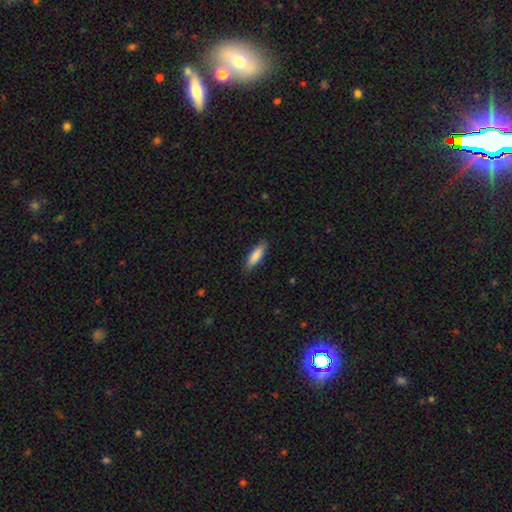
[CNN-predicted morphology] Overall: smooth (85%). How rounded: cigar-shaped (58%; in between 40%). Merging: none (85%).